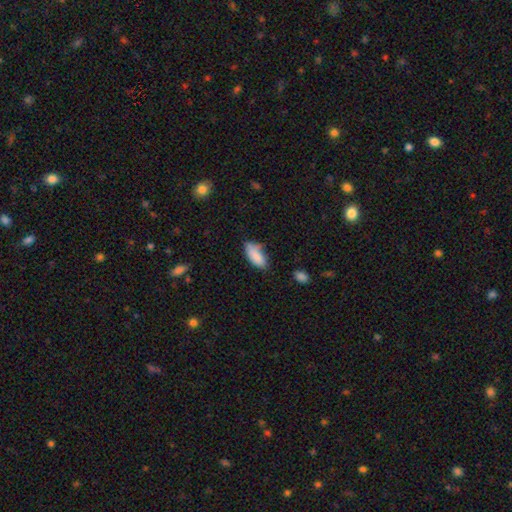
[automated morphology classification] Overall: smooth (86%). How rounded: in between (87%). Merging: none (56%; minor disturbance 32%).